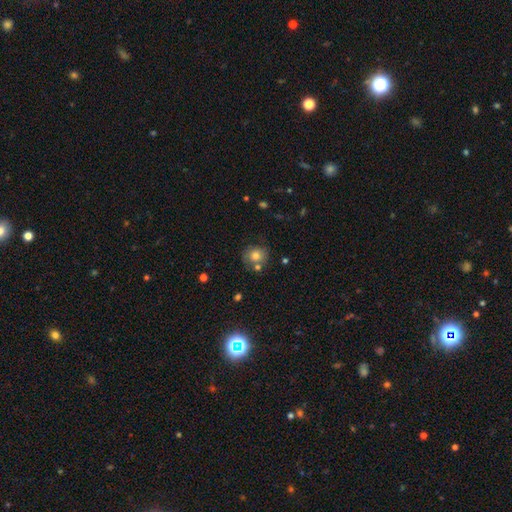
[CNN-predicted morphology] smooth 72%, featured or disk 16%, star or artifact 12%. Down the decision tree: how rounded — round (87%); merging — none (68%).